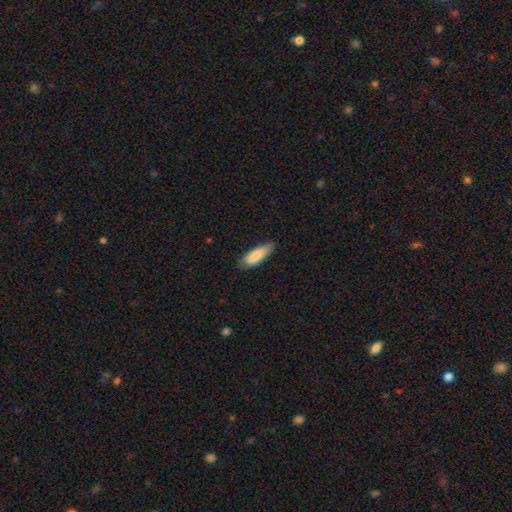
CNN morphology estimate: smooth 83%, featured or disk 11%, star or artifact 6%. Down the decision tree: how rounded — in between (62%); merging — none (73%).